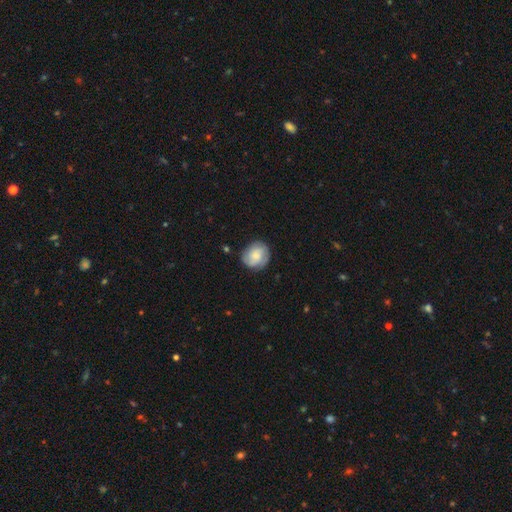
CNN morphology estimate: This is possibly a smooth galaxy (51%). How rounded: likely round (76%). Merging: likely none (76%).